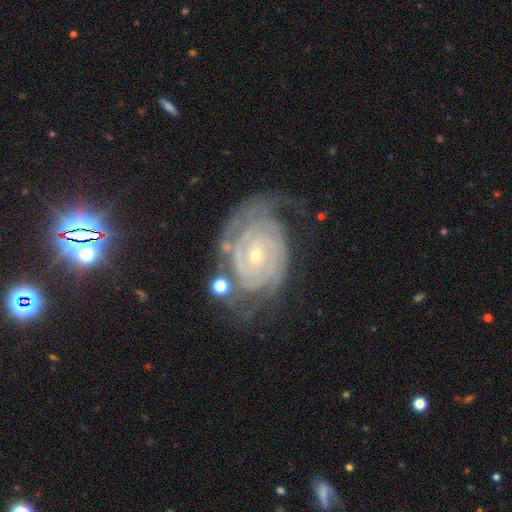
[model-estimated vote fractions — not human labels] A featured or disk galaxy (90%) with no bar (64%), 2 (37%) tight (80%) spiral arms (98%) and a small central bulge (73%). Merging: none (59%).